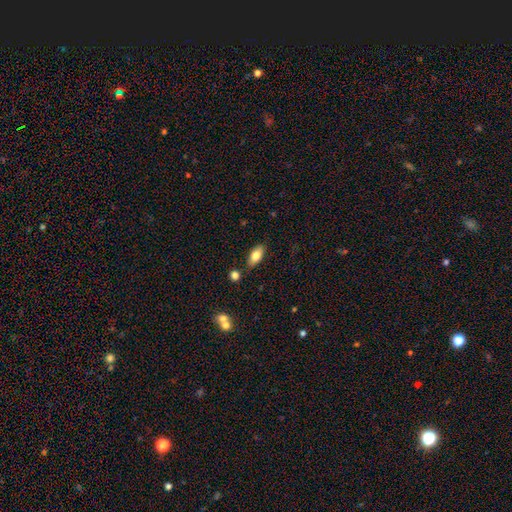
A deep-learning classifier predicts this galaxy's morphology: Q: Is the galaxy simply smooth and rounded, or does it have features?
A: smooth — 79%.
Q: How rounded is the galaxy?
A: in between — 88%.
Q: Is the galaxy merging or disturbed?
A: none — 82%.